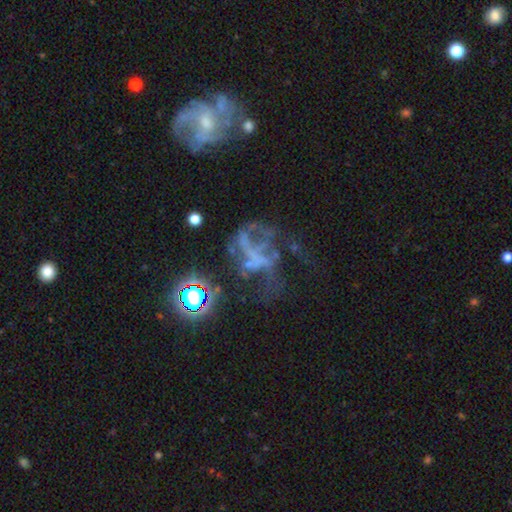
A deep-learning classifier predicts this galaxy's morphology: This is possibly a featured or disk galaxy (54%). It is clearly not viewed edge-on (97%). Bar: likely no (76%). Spiral arm pattern: likely no (66%). Central bulge: likely none (78%). Merging: marginally major disturbance (42%).